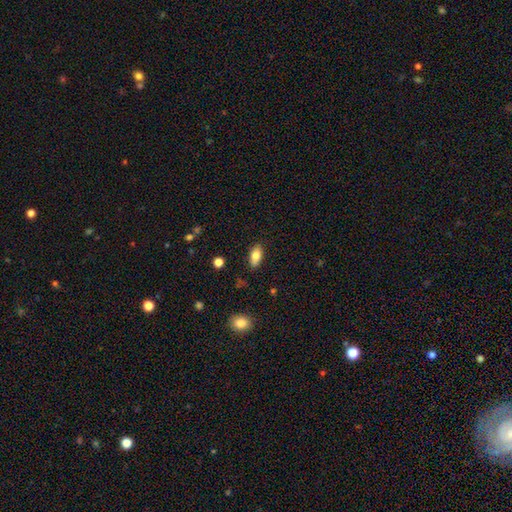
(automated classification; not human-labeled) Smooth or featured: smooth — 79% (featured or disk — 13%)
How rounded: in between — 88% (cigar-shaped — 7%)
Merging: none — 83% (minor disturbance — 13%)